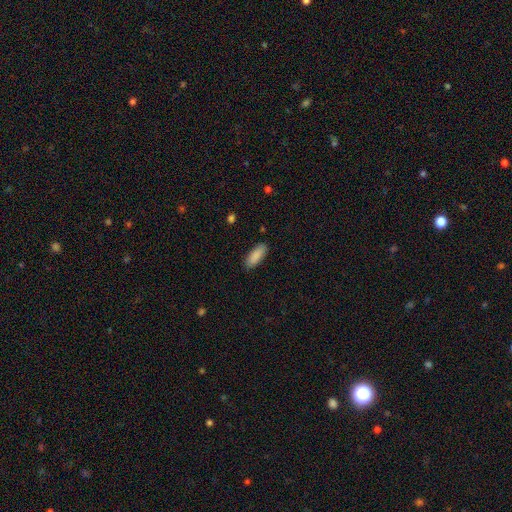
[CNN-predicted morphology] Smooth or featured?
  - smooth: 90% *
  - star or artifact: 6%
  - featured or disk: 4%
How rounded?
  - in between: 73% *
  - cigar-shaped: 25%
  - round: 2%
Merging?
  - none: 87% *
  - minor disturbance: 10%
  - major disturbance: 2%
  - merger: 1%